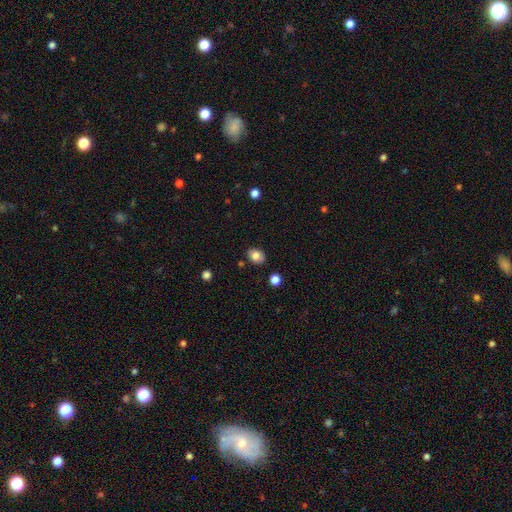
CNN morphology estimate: smooth_or_featured: smooth (p=0.81) [alt: featured or disk p=0.10]
how_rounded: in between (p=0.64) [alt: round p=0.35]
merging: none (p=0.83) [alt: minor disturbance p=0.12]